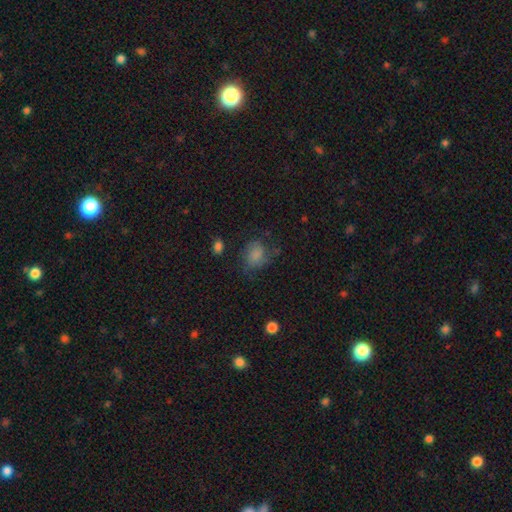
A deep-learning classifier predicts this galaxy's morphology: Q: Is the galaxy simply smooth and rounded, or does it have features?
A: smooth — 57%.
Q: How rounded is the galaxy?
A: round — 56%.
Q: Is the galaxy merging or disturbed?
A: none — 58%.